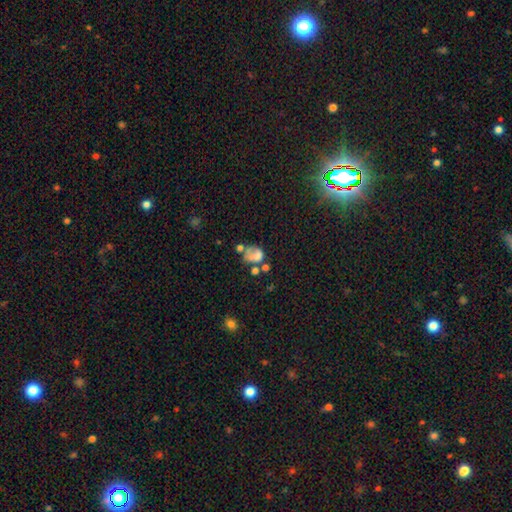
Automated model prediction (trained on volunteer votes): smooth_or_featured: smooth (p=0.57) [alt: featured or disk p=0.29]
how_rounded: in between (p=0.60) [alt: round p=0.39]
merging: merger (p=0.28) [alt: none p=0.26]